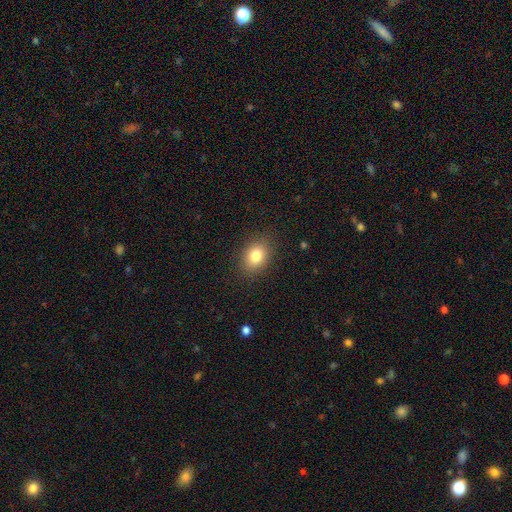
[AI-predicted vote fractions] Morphology: type=smooth (81%); roundness=in between (63%); merging=none (87%).